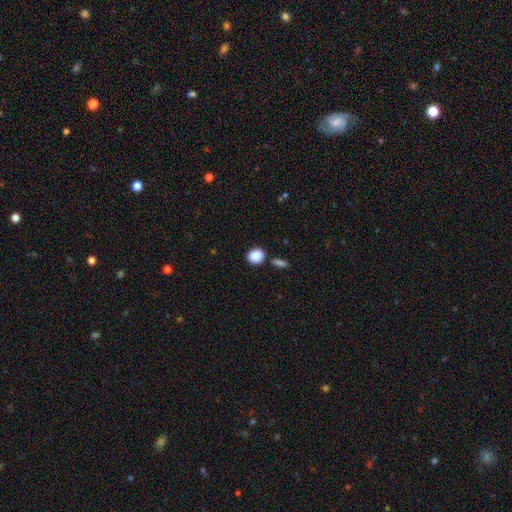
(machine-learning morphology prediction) smooth 89%, star or artifact 8%, featured or disk 3%. Down the decision tree: how rounded — round (66%); merging — none (78%).